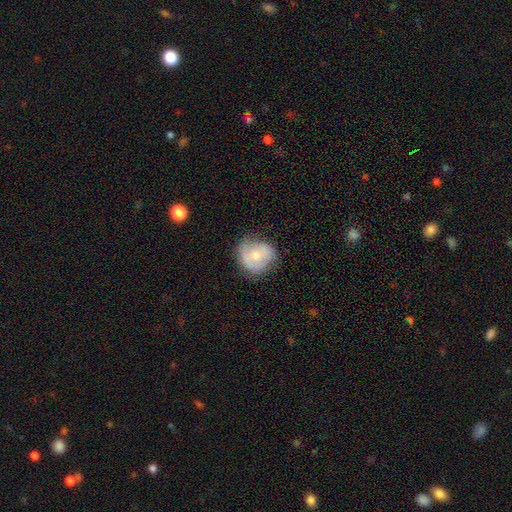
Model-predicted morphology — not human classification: smooth-or-featured: smooth: 56% | featured or disk: 37% | star or artifact: 7%
  how-rounded: round: 72% | in between: 27% | cigar-shaped: 1%
  merging: none: 58% | minor disturbance: 30% | major disturbance: 10% | merger: 2%